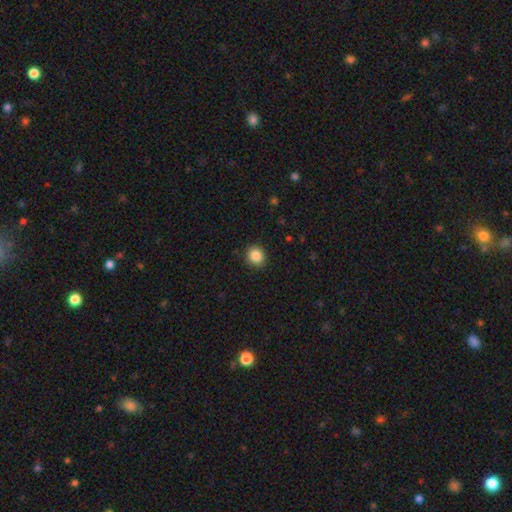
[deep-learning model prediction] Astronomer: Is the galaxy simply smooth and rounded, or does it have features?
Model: smooth — 86%.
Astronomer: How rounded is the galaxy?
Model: round — 85%.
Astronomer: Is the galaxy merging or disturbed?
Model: none — 91%.